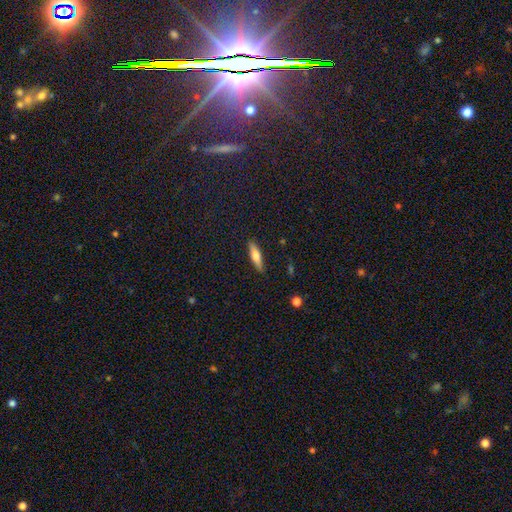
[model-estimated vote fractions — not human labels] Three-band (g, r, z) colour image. It shows a smooth galaxy with no disk features (56%) that is cigar-shaped (73%). Merging: none (88%).